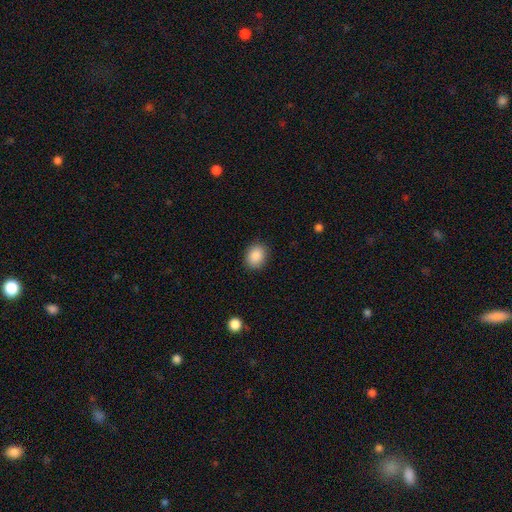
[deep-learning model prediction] Smooth or featured? Predicted: smooth (p=0.89). How rounded? Predicted: round (p=0.50). Merging? Predicted: none (p=0.88).